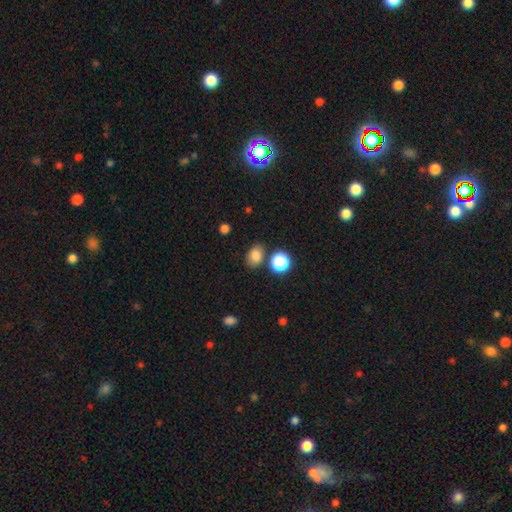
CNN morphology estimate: smooth-or-featured: smooth: 82% | star or artifact: 12% | featured or disk: 6%
  how-rounded: in between: 64% | round: 35% | cigar-shaped: 1%
  merging: none: 76% | minor disturbance: 12% | merger: 9% | major disturbance: 3%